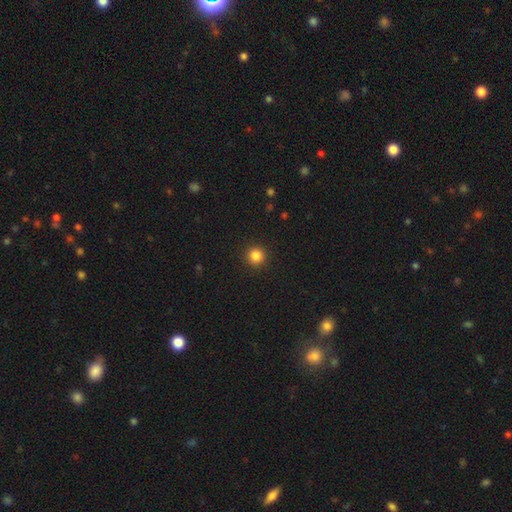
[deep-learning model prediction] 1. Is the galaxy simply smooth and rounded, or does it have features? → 85% smooth, 11% star or artifact, 4% featured or disk.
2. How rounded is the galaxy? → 95% round, 4% in between, 1% cigar-shaped.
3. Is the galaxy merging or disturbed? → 92% none, 5% minor disturbance, 2% major disturbance, 1% merger.